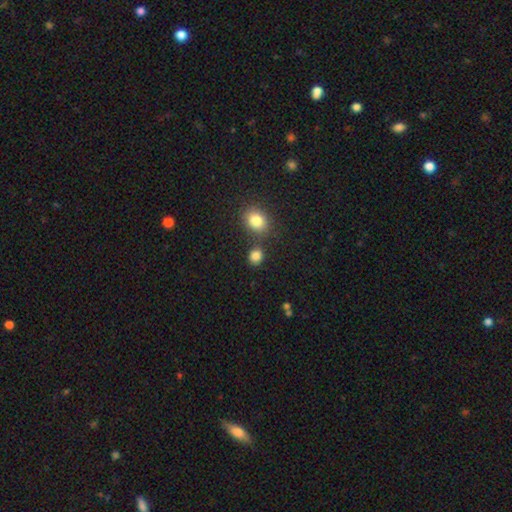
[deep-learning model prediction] smooth_or_featured: smooth (p=0.84) [alt: star or artifact p=0.12]
how_rounded: round (p=0.71) [alt: in between p=0.28]
merging: none (p=0.73) [alt: merger p=0.13]